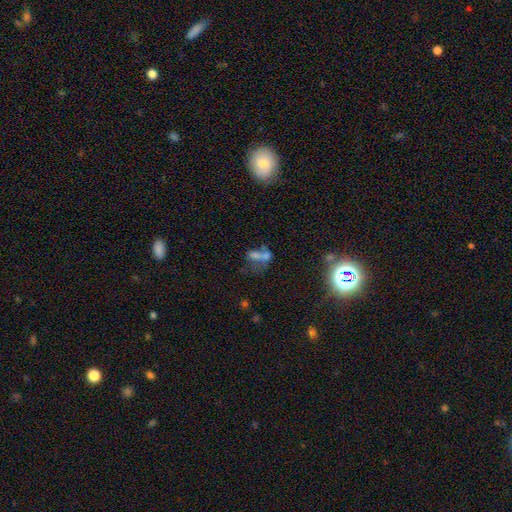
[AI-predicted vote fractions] Morphology: type=smooth (55%); roundness=in between (75%); merging=merger (56%).